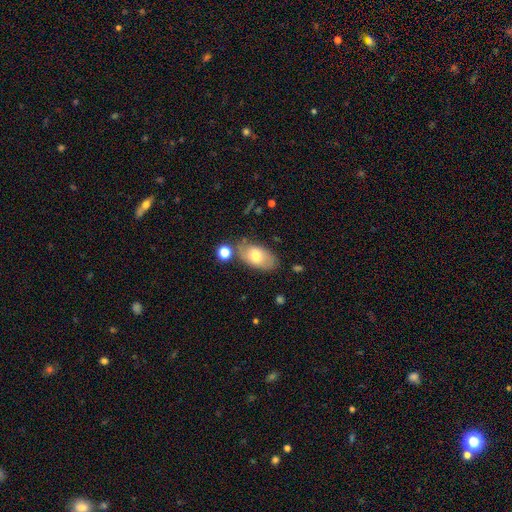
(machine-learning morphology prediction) This appears to be a smooth galaxy with no disk features (66%) that is in between round and cigar-shaped (92%). Merging: none (65%).